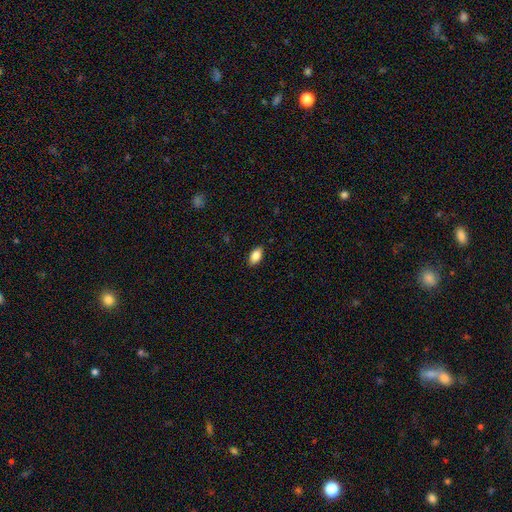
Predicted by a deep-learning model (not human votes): Smooth or featured? smooth (85%)
How rounded? in between (92%)
Merging? none (88%)